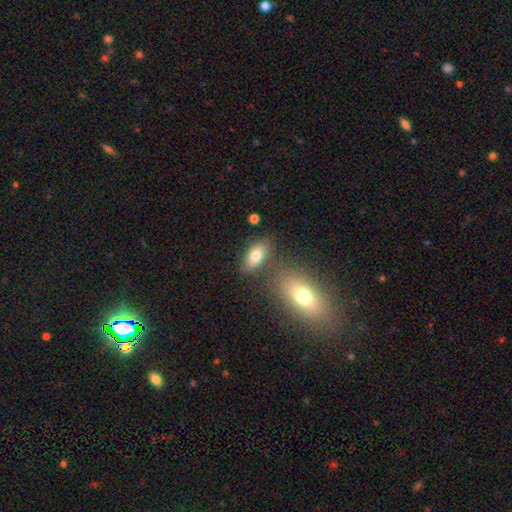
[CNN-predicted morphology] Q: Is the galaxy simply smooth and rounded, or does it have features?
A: smooth — 76%.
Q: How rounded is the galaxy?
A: in between — 88%.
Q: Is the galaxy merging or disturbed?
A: none — 72%.